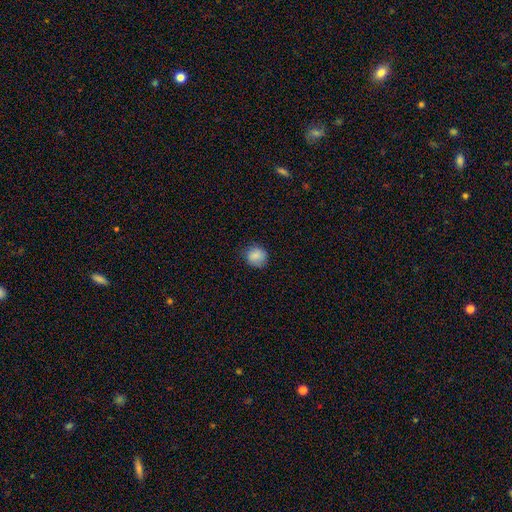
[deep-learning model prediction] Smooth or featured? smooth (87%)
How rounded? round (82%)
Merging? none (80%)